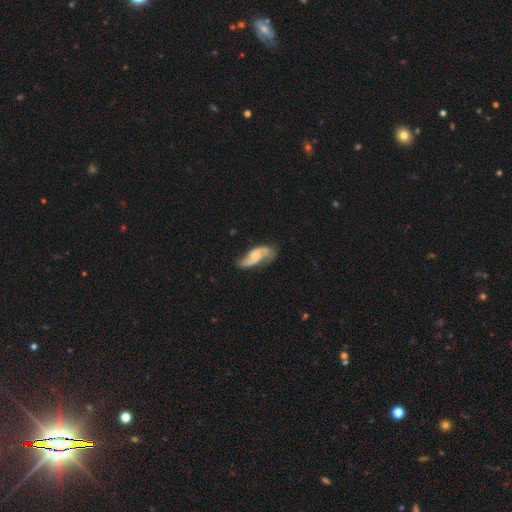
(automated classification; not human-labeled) A featured or disk galaxy (75%) with no bar (55%), 2 (87%) loose (50%) spiral arms (93%) and a small central bulge (38%). Merging: none (60%).